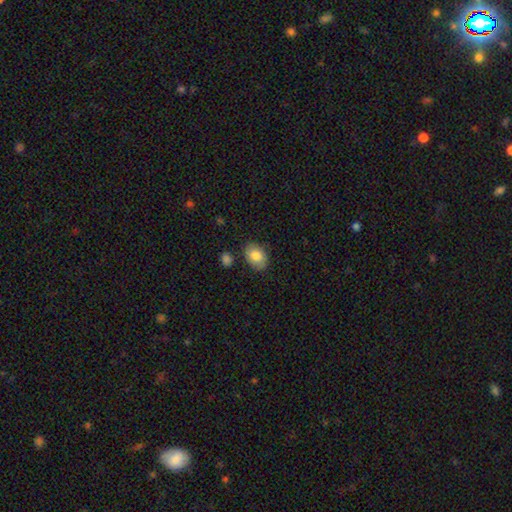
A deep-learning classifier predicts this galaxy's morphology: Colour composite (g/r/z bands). It shows a smooth galaxy with no disk features (83%) that is in between round and cigar-shaped (78%). Merging: none (80%).